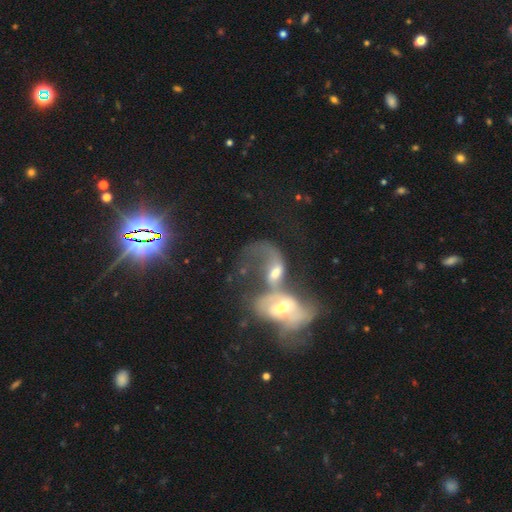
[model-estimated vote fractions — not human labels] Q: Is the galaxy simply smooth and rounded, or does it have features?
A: featured or disk — 65%.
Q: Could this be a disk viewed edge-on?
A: no — 94%.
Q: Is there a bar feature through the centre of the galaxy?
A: no — 56%.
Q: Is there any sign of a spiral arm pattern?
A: yes — 69%.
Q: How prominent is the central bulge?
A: moderate — 61%.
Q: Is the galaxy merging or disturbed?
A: merger — 84%.